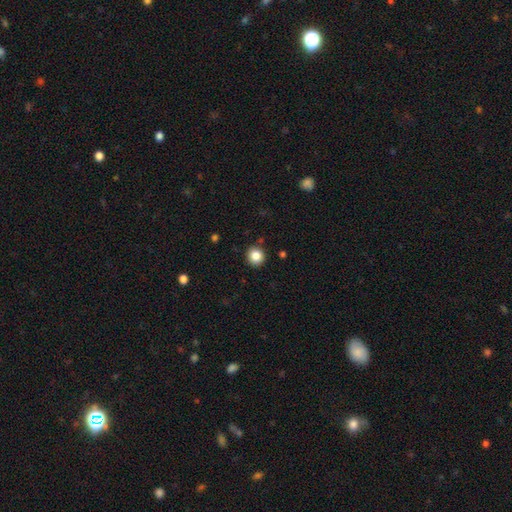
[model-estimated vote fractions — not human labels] smooth-or-featured: smooth: 85% | star or artifact: 10% | featured or disk: 5%
  how-rounded: round: 92% | in between: 7% | cigar-shaped: 1%
  merging: none: 90% | minor disturbance: 6% | major disturbance: 2% | merger: 2%